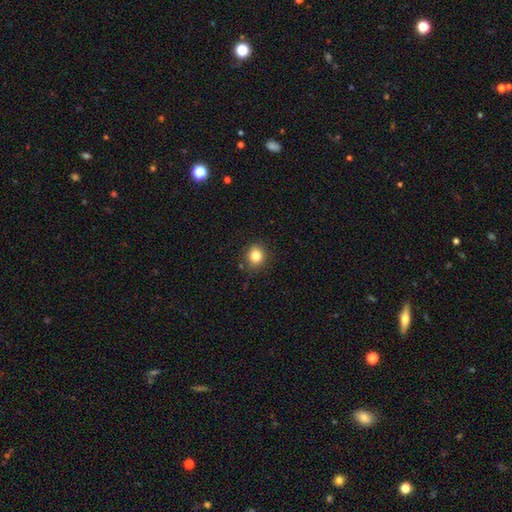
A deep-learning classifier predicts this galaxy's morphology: type=smooth (82%); roundness=round (77%); merging=none (86%).